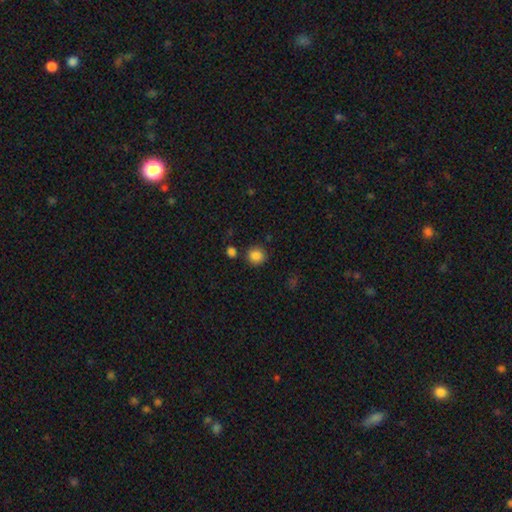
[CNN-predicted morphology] smooth-or-featured: smooth: 86% | star or artifact: 10% | featured or disk: 4%
  how-rounded: round: 87% | in between: 12% | cigar-shaped: 1%
  merging: none: 83% | minor disturbance: 9% | merger: 5% | major disturbance: 3%